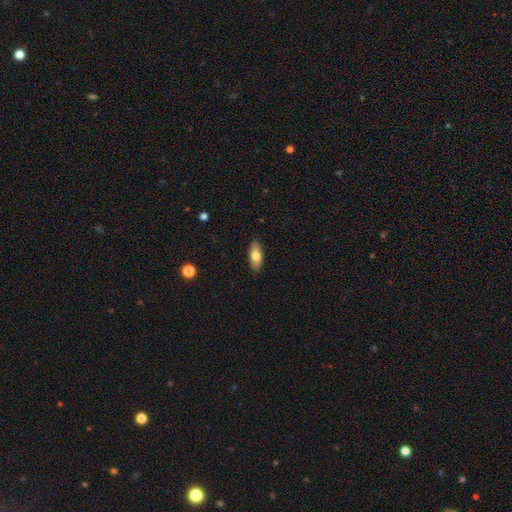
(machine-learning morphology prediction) Smooth or featured?
  - smooth: 75% *
  - featured or disk: 19%
  - star or artifact: 6%
How rounded?
  - in between: 82% *
  - cigar-shaped: 15%
  - round: 3%
Merging?
  - none: 88% *
  - minor disturbance: 9%
  - major disturbance: 2%
  - merger: 1%